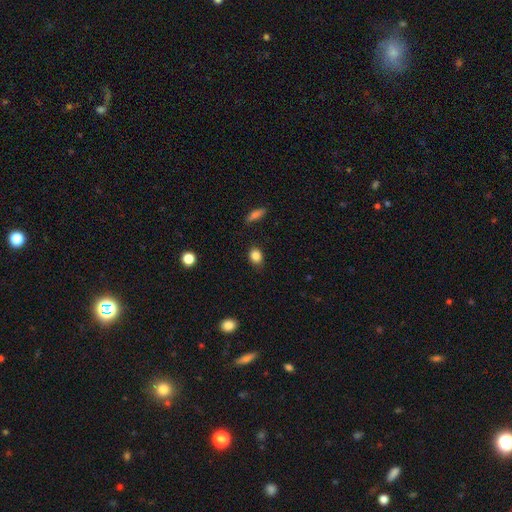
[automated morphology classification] This is clearly a smooth galaxy (85%). How rounded: possibly round (53%). Merging: likely none (79%).